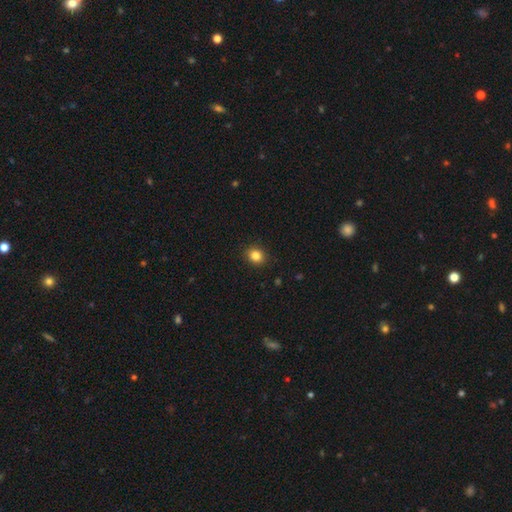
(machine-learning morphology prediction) smooth 85%, star or artifact 11%, featured or disk 4%. Down the decision tree: how rounded — round (73%); merging — none (91%).